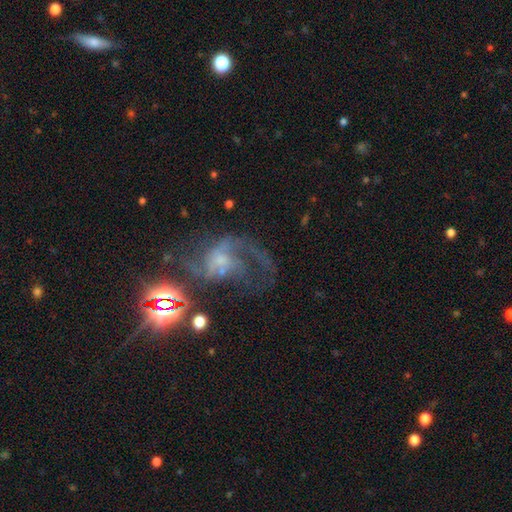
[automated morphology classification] A featured or disk galaxy (74%) with no bar (56%), 2 (59%) medium (45%) spiral arms (92%) and a small central bulge (46%).

Vote fractions:
- Smooth or featured? featured or disk: 74% / star or artifact: 16% / smooth: 9%
- Edge-on disk? no: 97% / yes: 3%
- Bar? no: 56% / weak: 35% / strong: 9%
- Spiral arms? yes: 92% / no: 8%
- Spiral winding? medium: 45% / loose: 38% / tight: 18%
- Spiral arm count? 2: 59% / 1: 26% / can't tell: 8% / 3: 3% / 4: 2% / more than 4: 2%
- Bulge size? small: 46% / moderate: 39% / none: 8% / large: 5% / dominant: 2%
- Merging? none: 46% / major disturbance: 26% / minor disturbance: 16% / merger: 13%